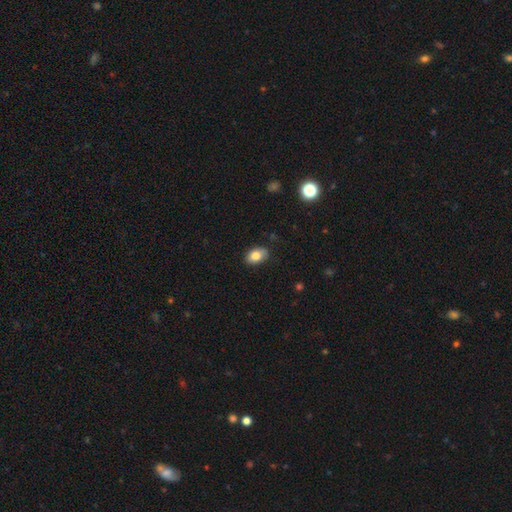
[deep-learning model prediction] This appears to be a smooth galaxy with no disk features (80%) that is in between round and cigar-shaped (88%). Merging: none (83%).